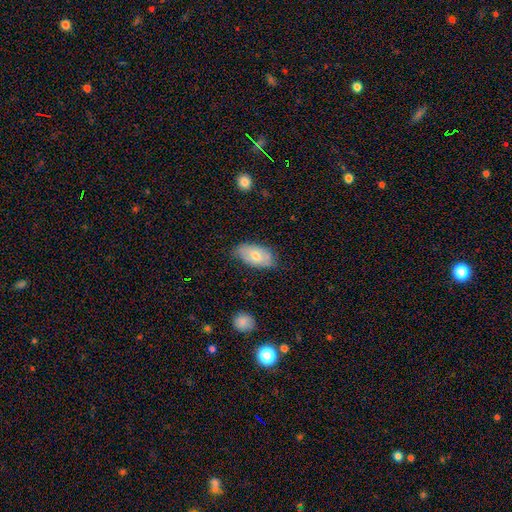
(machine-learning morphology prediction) This is likely a smooth galaxy (62%). How rounded: clearly in between (94%). Merging: likely none (73%).